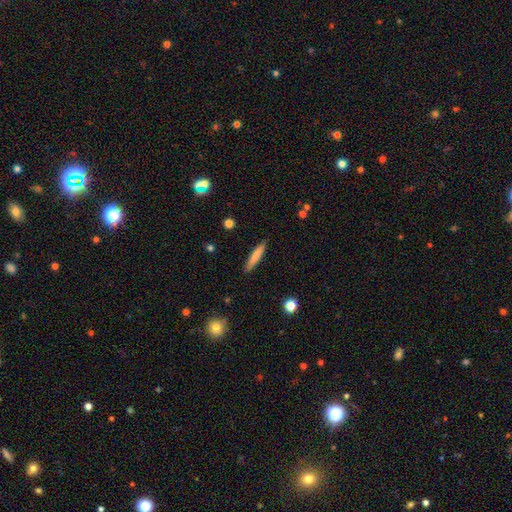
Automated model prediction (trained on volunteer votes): Morphology: type=smooth (75%); roundness=cigar-shaped (92%); merging=none (89%).